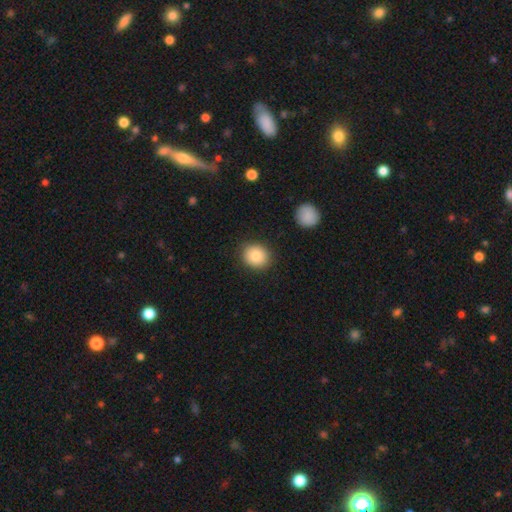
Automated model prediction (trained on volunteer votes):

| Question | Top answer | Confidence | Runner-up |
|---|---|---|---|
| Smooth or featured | smooth | 84% | star or artifact (8%) |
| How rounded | round | 76% | in between (23%) |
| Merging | none | 88% | minor disturbance (8%) |